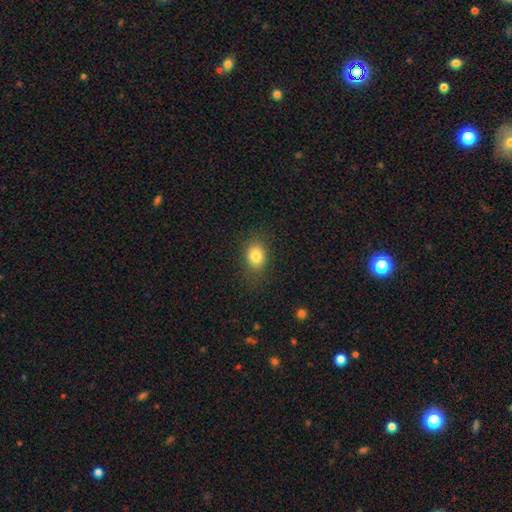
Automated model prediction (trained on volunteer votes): The model was most divided on "how rounded": in between: 52%, round: 46%, cigar-shaped: 1%. More confident: smooth or featured — smooth (82%); merging — none (80%).